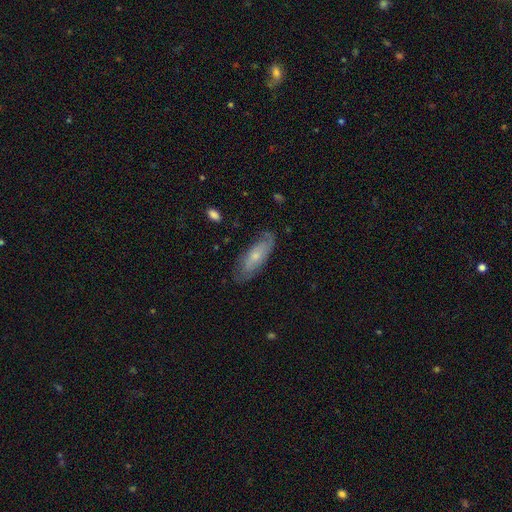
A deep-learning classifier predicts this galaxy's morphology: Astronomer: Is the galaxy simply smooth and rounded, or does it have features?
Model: smooth — 47% (runner-up: featured or disk, 46%).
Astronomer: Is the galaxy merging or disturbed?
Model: none — 71%.